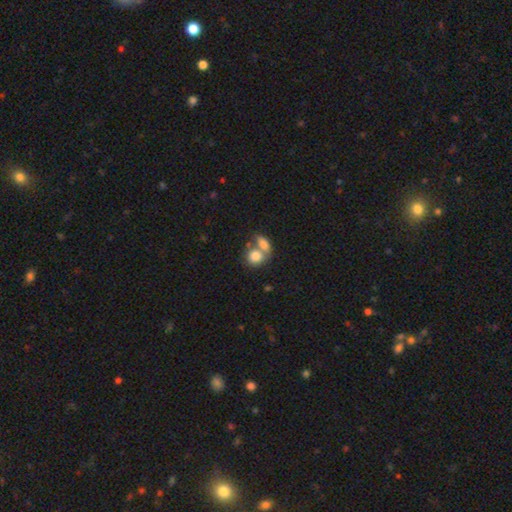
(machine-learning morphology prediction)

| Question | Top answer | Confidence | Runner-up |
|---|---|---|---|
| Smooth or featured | smooth | 80% | featured or disk (12%) |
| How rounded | round | 55% | in between (43%) |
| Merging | merger | 59% | none (29%) |